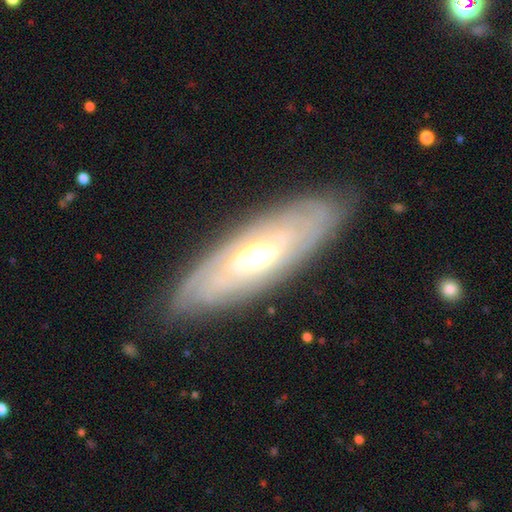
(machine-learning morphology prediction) Q: Smooth or featured?
A: featured or disk (73%); runner-up: smooth (21%)
Q: Edge-on disk?
A: no (75%); runner-up: yes (25%)
Q: Bar?
A: no (45%); runner-up: weak (38%)
Q: Spiral arms?
A: yes (69%); runner-up: no (31%)
Q: Bulge size?
A: moderate (67%); runner-up: large (18%)
Q: Merging?
A: none (83%); runner-up: minor disturbance (12%)